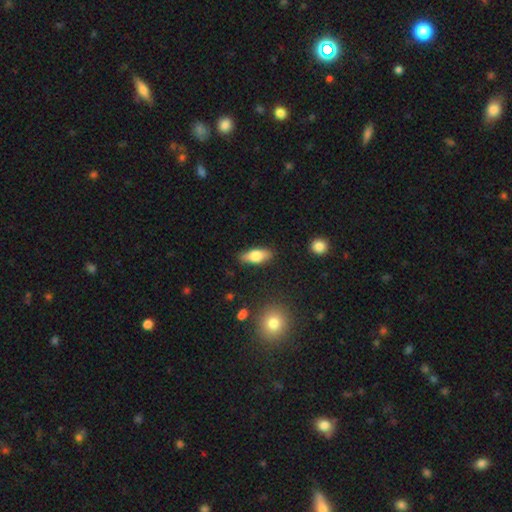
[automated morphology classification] A smooth galaxy with no disk features (71%) that is in between round and cigar-shaped (76%). Merging: none (83%).